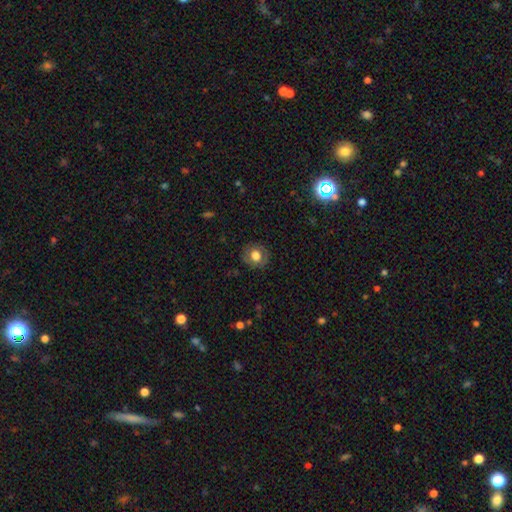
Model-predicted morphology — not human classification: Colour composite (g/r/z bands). It shows a smooth galaxy with no disk features (66%) that is round (81%). Merging: none (83%).